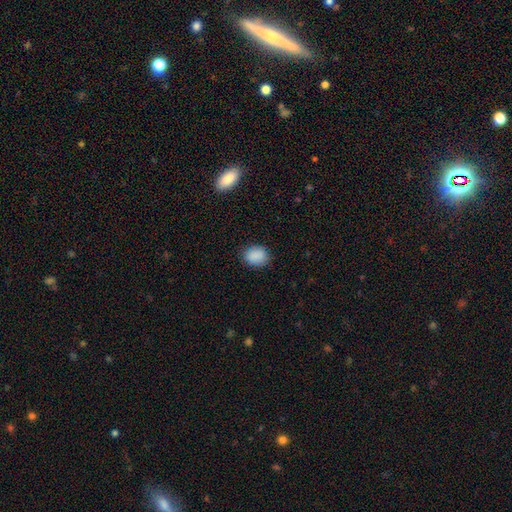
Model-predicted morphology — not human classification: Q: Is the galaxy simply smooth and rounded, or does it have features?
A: smooth — 89%.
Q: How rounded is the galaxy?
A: round — 52%.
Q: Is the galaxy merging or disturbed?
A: none — 84%.